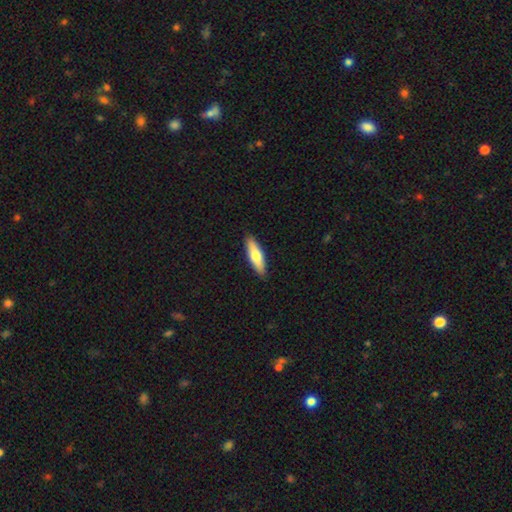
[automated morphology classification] Smooth or featured? smooth (65%)
How rounded? cigar-shaped (62%)
Merging? none (90%)